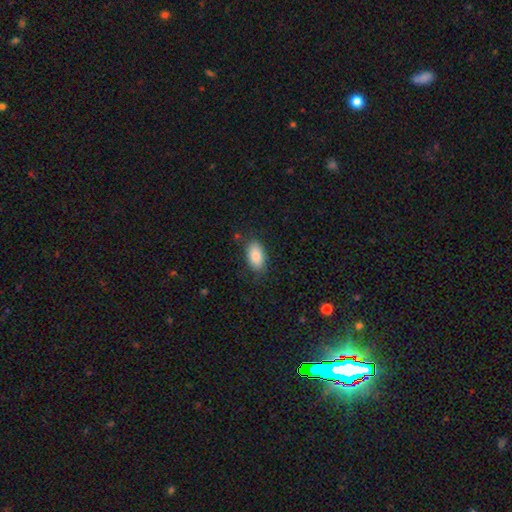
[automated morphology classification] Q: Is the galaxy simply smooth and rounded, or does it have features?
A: smooth — 85%.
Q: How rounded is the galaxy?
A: in between — 93%.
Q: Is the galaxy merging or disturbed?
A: none — 80%.